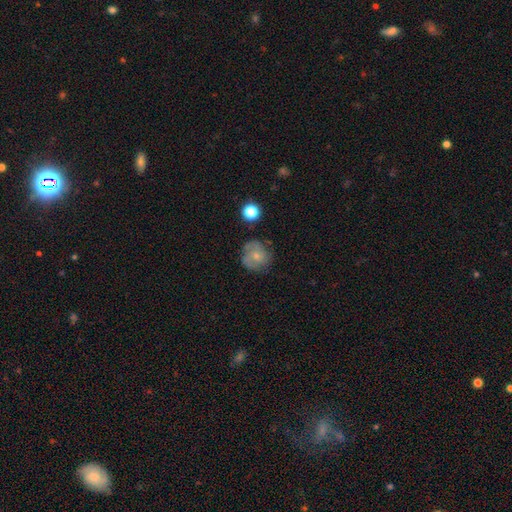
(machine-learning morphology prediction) The model was most divided on "smooth or featured": smooth: 48%, featured or disk: 43%, star or artifact: 9%. More confident: merging — none (66%).